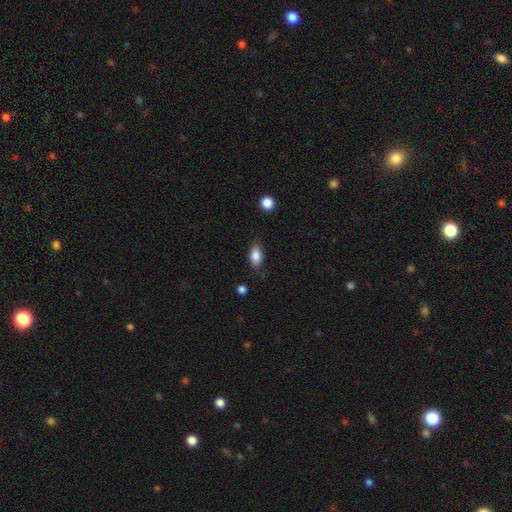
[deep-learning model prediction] Smooth or featured? Predicted: smooth (p=0.85). How rounded? Predicted: in between (p=0.88). Merging? Predicted: none (p=0.75).